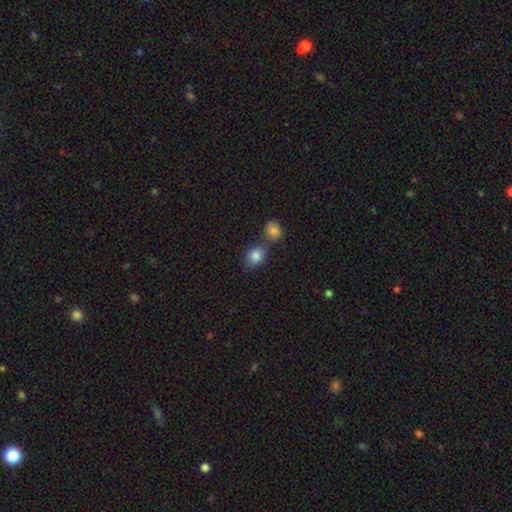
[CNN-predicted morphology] This is clearly a smooth galaxy (83%). How rounded: possibly round (56%). Merging: possibly none (54%).